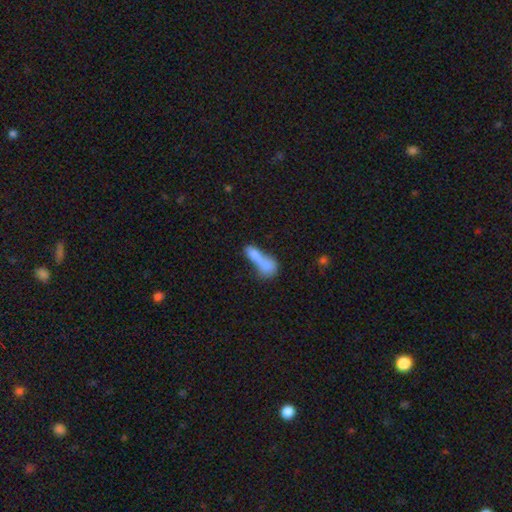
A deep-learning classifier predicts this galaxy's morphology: Smooth or featured? Predicted: smooth (p=0.72). How rounded? Predicted: in between (p=0.48). Merging? Predicted: merger (p=0.65).